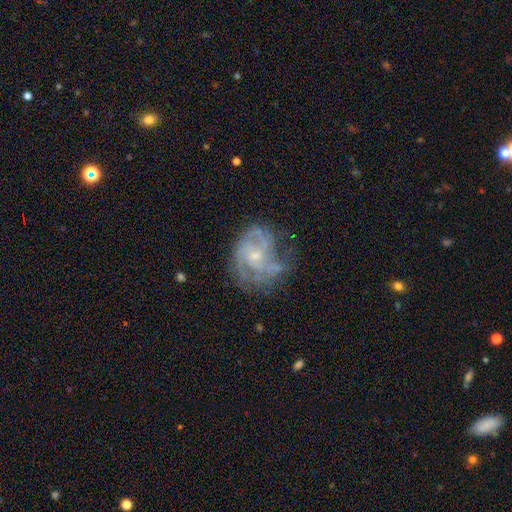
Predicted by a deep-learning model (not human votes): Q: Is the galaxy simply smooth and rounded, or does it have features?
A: featured or disk — 81%.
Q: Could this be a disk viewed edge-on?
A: no — 98%.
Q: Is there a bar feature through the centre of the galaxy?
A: no — 70%.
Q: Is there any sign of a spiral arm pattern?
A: yes — 89%.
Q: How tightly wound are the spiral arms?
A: tight — 45%.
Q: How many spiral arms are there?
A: can't tell — 31%.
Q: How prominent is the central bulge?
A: small — 64%.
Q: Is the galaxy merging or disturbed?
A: none — 54%.